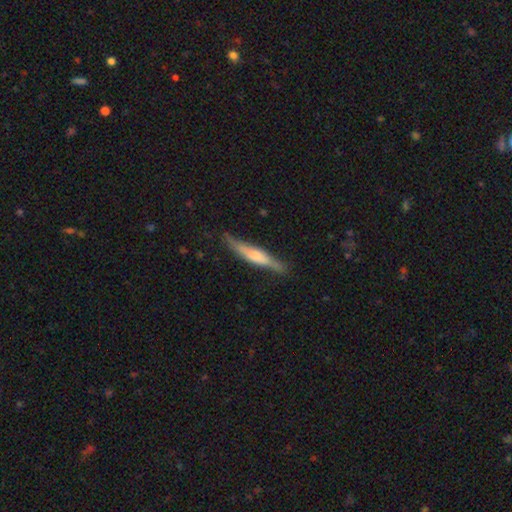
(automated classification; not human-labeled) The model was most divided on "smooth or featured": featured or disk: 51%, smooth: 43%, star or artifact: 6%. More confident: edge-on disk — yes (92%); merging — none (78%).